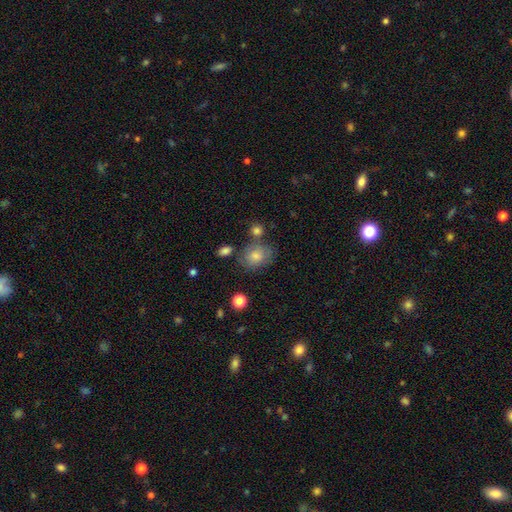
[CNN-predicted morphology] Overall: smooth (70%). How rounded: round (51%; in between 48%). Merging: none (69%).